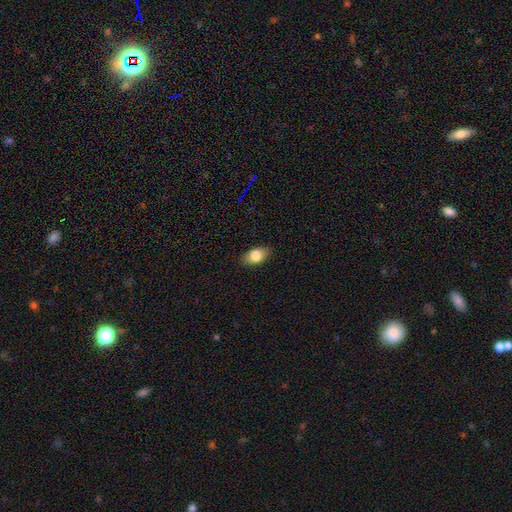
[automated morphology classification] A smooth galaxy with no disk features (82%) that is in between round and cigar-shaped (88%). Merging: none (87%).